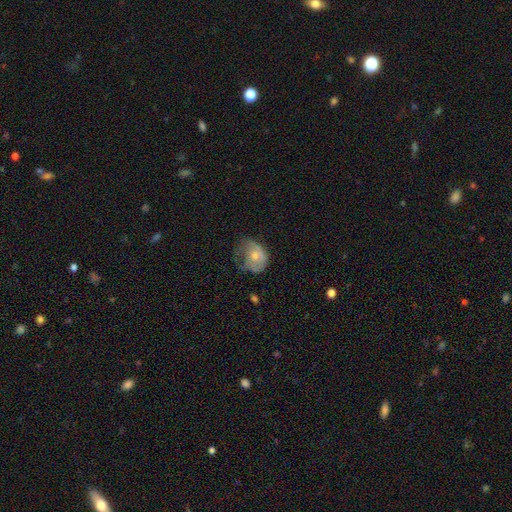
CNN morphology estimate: smooth 55%, featured or disk 38%, star or artifact 8%. Down the decision tree: how rounded — round (53%); merging — major disturbance (35%).